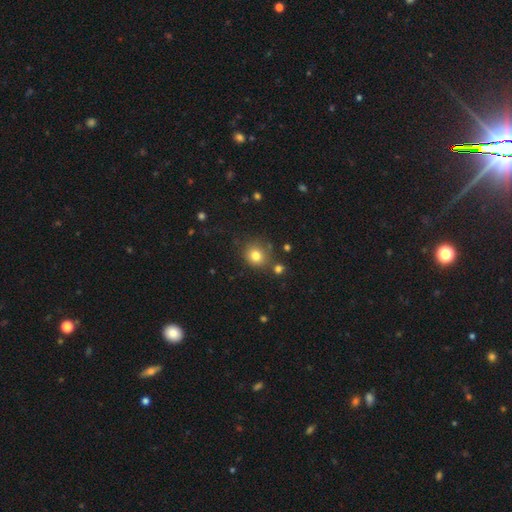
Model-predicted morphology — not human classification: smooth 80%, star or artifact 13%, featured or disk 8%. Down the decision tree: how rounded — round (82%); merging — none (77%).